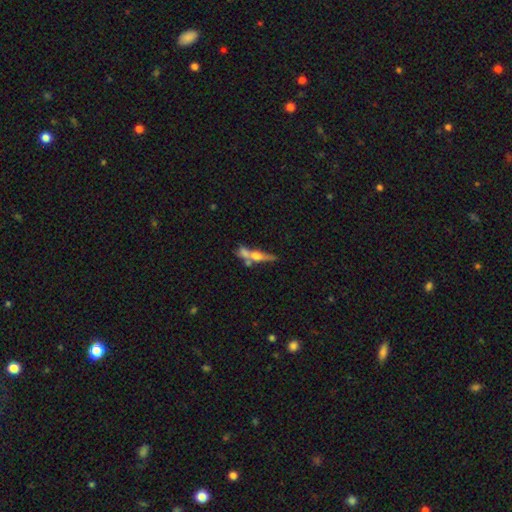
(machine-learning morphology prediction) type=featured or disk (52%); edge-on=yes (74%); merging=merger (41%).